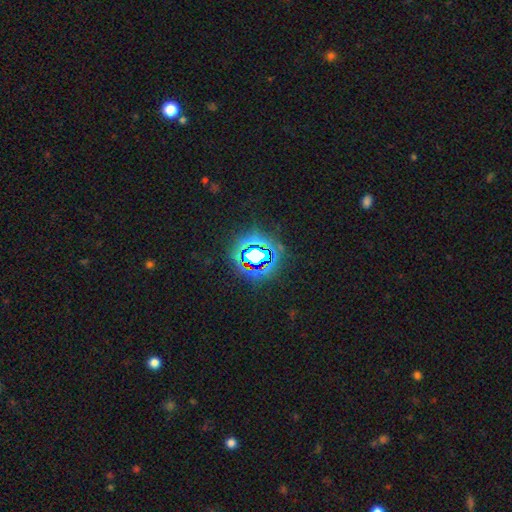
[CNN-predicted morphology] A star or artifact, not a galaxy (74%).

Vote fractions:
- Smooth or featured? star or artifact: 74% / smooth: 14% / featured or disk: 12%